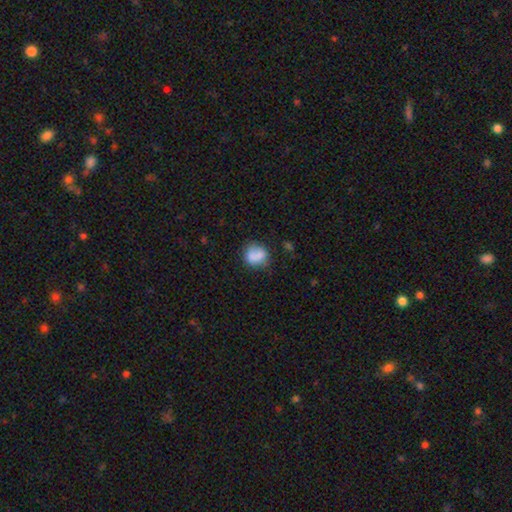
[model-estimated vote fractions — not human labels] This appears to be a smooth galaxy with no disk features (80%) that is round (72%). Merging: none (64%).